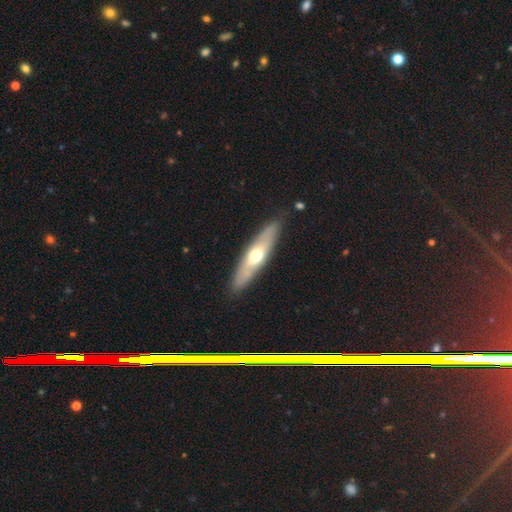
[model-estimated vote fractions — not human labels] This is possibly a smooth galaxy (49%). Merging: clearly none (87%).